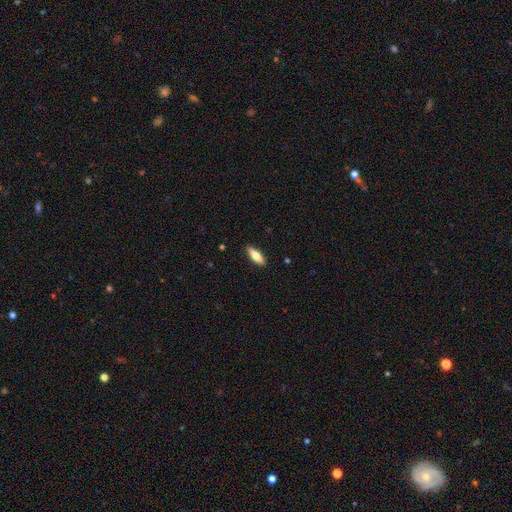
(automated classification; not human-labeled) smooth-or-featured: smooth: 68% | featured or disk: 27% | star or artifact: 6%
  how-rounded: in between: 54% | cigar-shaped: 43% | round: 2%
  merging: none: 90% | minor disturbance: 8% | major disturbance: 2% | merger: 1%